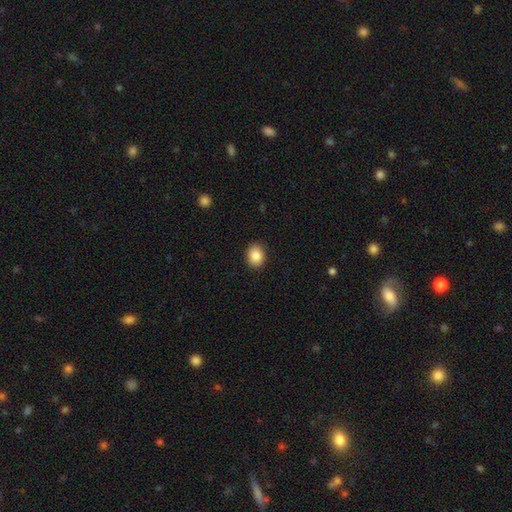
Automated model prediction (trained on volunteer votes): The model was most divided on "how rounded": in between: 53%, round: 46%, cigar-shaped: 1%. More confident: merging — none (89%); smooth or featured — smooth (86%).